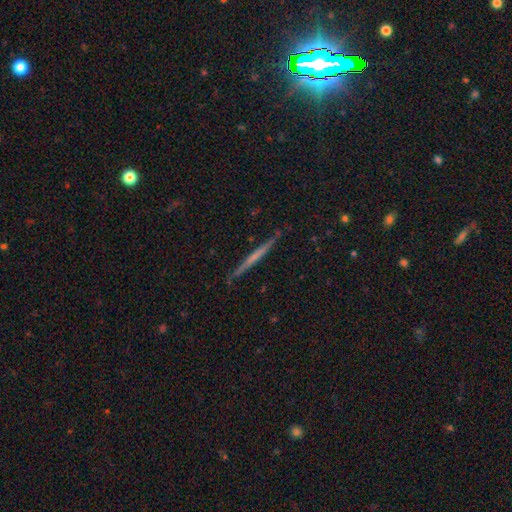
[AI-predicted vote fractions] The model was most divided on "smooth or featured": featured or disk: 57%, smooth: 37%, star or artifact: 6%. More confident: edge-on disk — yes (97%); merging — none (90%); edge-on bulge — none (84%).